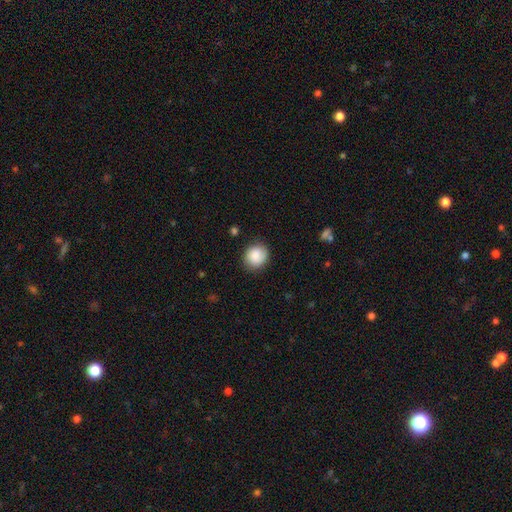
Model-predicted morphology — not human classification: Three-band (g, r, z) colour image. It shows a smooth galaxy with no disk features (83%) that is round (77%). Merging: none (82%).